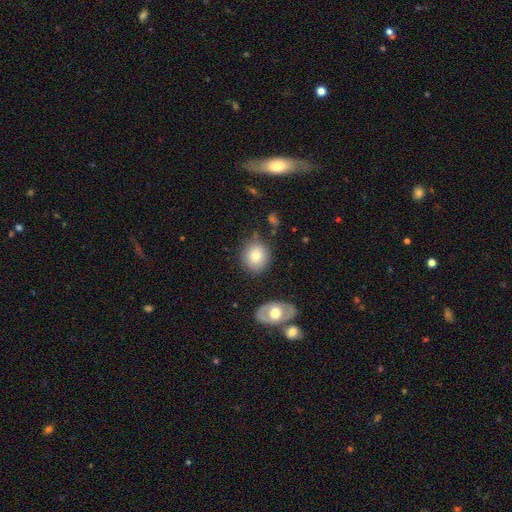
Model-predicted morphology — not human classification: The model was most divided on "smooth or featured": smooth: 78%, featured or disk: 14%, star or artifact: 8%. More confident: how rounded — round (83%); merging — none (80%).